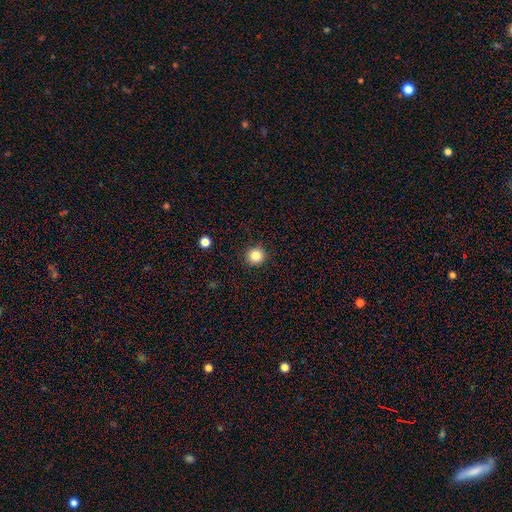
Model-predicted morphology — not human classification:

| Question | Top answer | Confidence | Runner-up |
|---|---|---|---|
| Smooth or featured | smooth | 84% | star or artifact (11%) |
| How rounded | round | 94% | in between (5%) |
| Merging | none | 92% | minor disturbance (6%) |